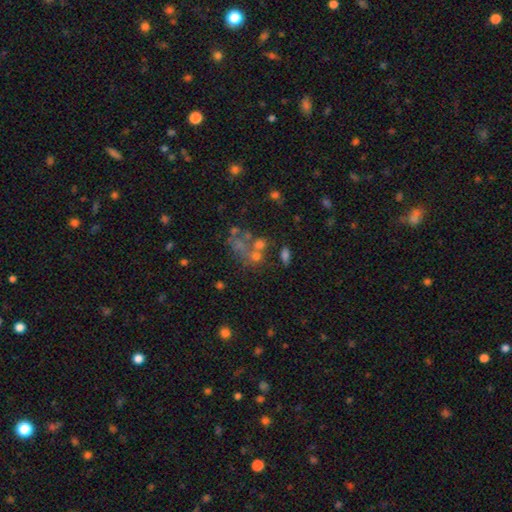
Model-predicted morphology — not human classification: A star or artifact, not a galaxy (39%).